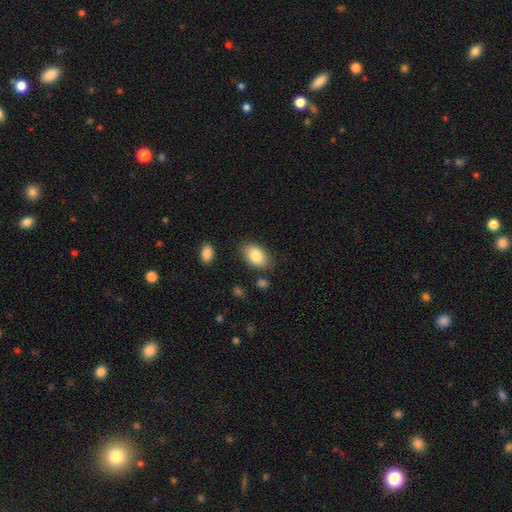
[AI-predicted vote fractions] smooth-or-featured: smooth: 86% | featured or disk: 8% | star or artifact: 7%
  how-rounded: in between: 92% | round: 6% | cigar-shaped: 1%
  merging: none: 81% | minor disturbance: 13% | major disturbance: 3% | merger: 3%